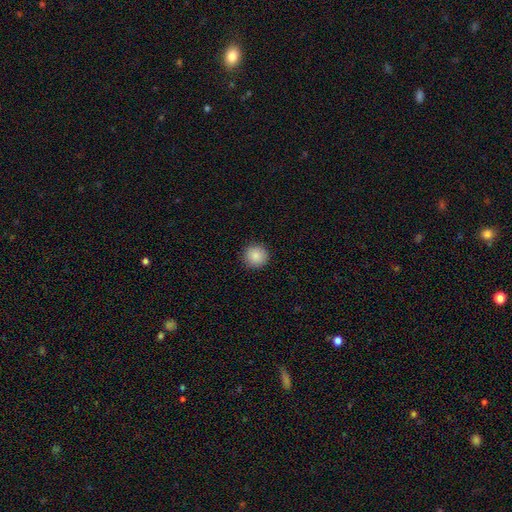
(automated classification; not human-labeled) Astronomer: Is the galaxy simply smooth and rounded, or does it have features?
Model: smooth — 88%.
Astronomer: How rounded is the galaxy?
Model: round — 95%.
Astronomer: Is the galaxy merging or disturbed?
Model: none — 92%.